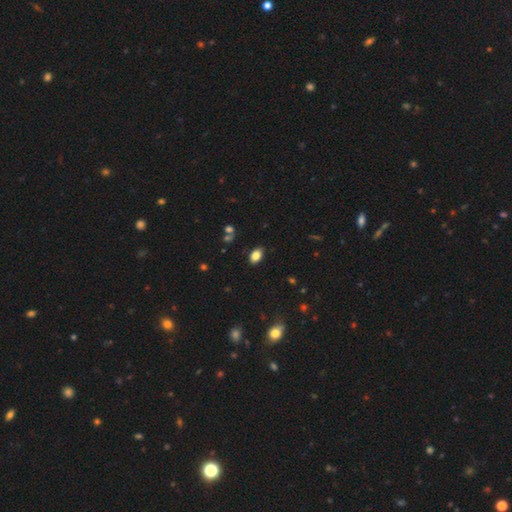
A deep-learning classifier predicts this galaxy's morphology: type=smooth (83%); roundness=in between (87%); merging=none (86%).